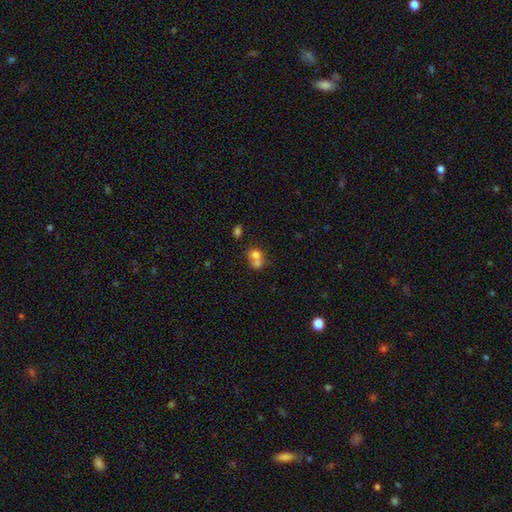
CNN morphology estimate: Q: Smooth or featured?
A: smooth (70%); runner-up: featured or disk (18%)
Q: How rounded?
A: round (65%); runner-up: in between (34%)
Q: Merging?
A: merger (66%); runner-up: none (24%)